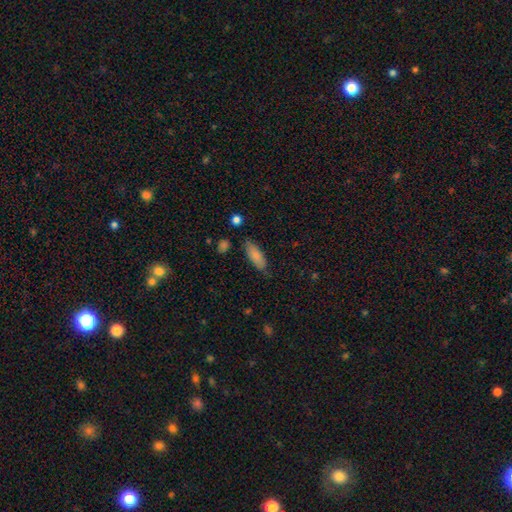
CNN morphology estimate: Smooth or featured? smooth (84%)
How rounded? in between (70%)
Merging? none (79%)